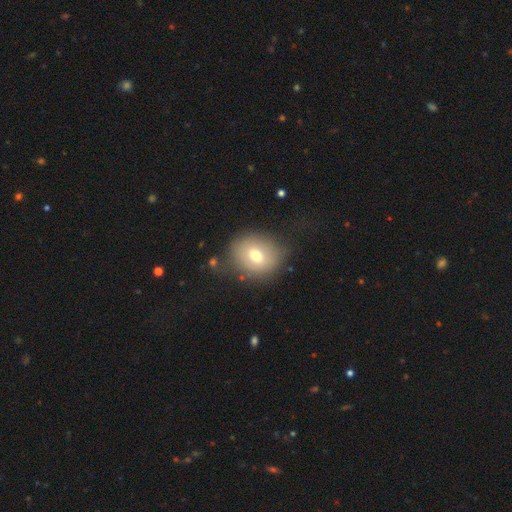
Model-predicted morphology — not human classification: A smooth galaxy with no disk features (67%) that is round (64%).

Vote fractions:
- Smooth or featured? smooth: 67% / featured or disk: 22% / star or artifact: 10%
- How rounded? round: 64% / in between: 35% / cigar-shaped: 1%
- Merging? none: 71% / minor disturbance: 18% / major disturbance: 8% / merger: 3%